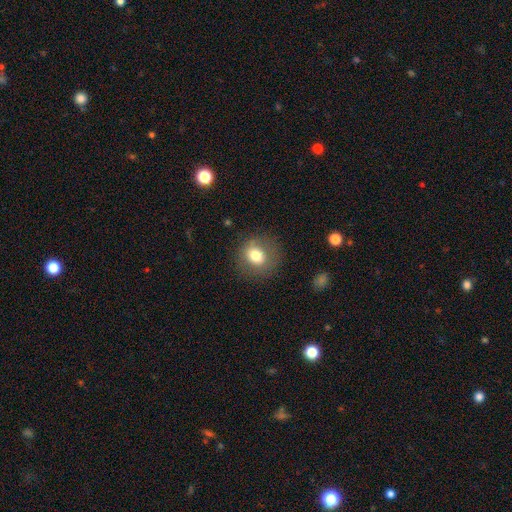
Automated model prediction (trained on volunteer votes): Morphology: type=smooth (75%); roundness=round (75%); merging=none (76%).